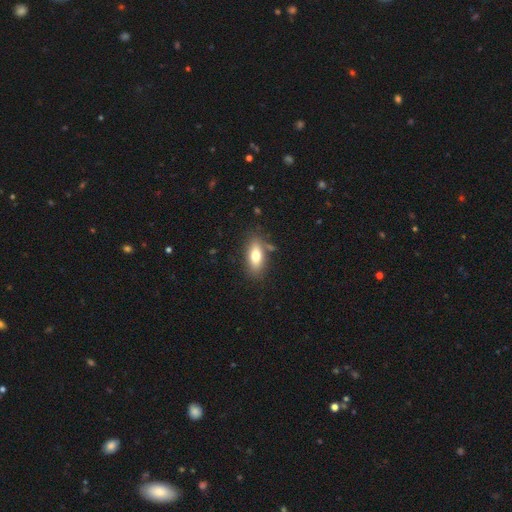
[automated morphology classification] type=smooth (74%); roundness=in between (82%); merging=none (77%).